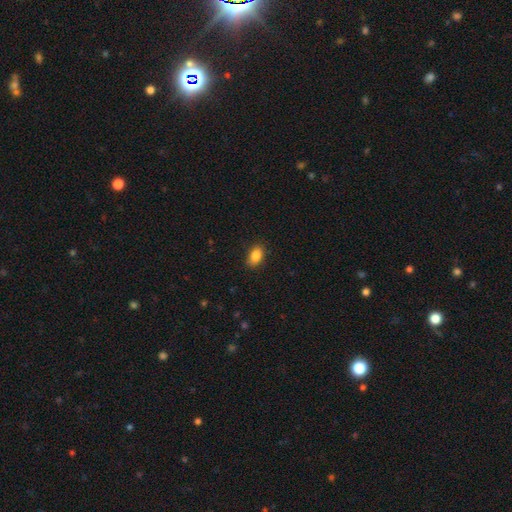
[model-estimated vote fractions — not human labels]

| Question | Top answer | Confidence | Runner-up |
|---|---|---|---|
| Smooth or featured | smooth | 87% | star or artifact (8%) |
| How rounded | in between | 88% | round (10%) |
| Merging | none | 87% | minor disturbance (10%) |